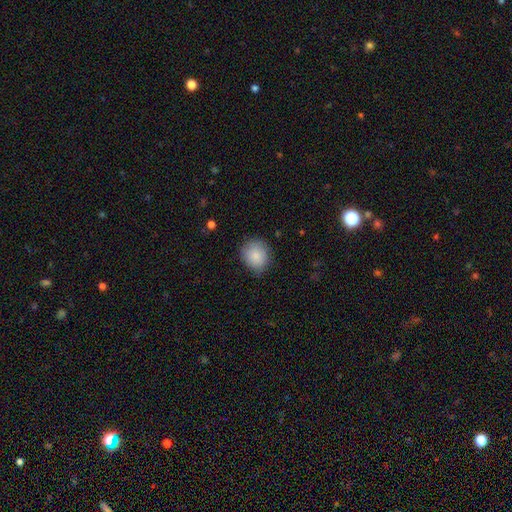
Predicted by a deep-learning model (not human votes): Smooth or featured? Predicted: smooth (p=0.86). How rounded? Predicted: round (p=0.77). Merging? Predicted: none (p=0.77).